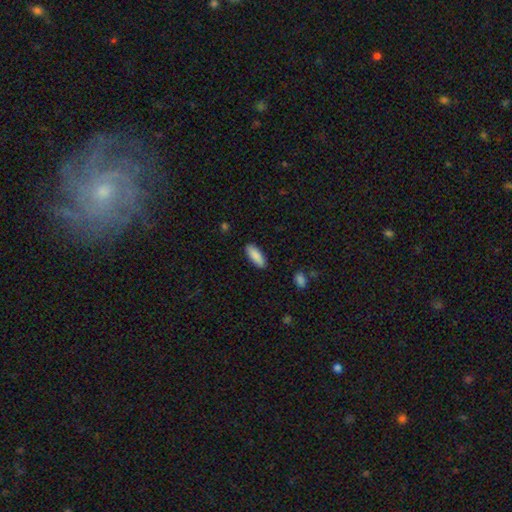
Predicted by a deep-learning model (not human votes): Morphology: type=smooth (89%); roundness=in between (67%); merging=none (88%).